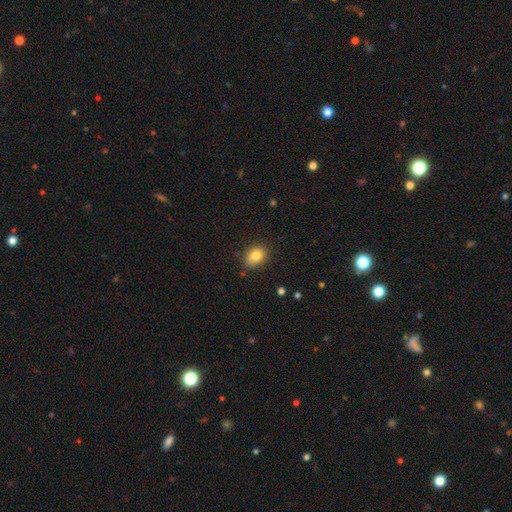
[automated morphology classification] This appears to be a smooth galaxy with no disk features (82%) that is in between round and cigar-shaped (65%). Merging: none (83%).